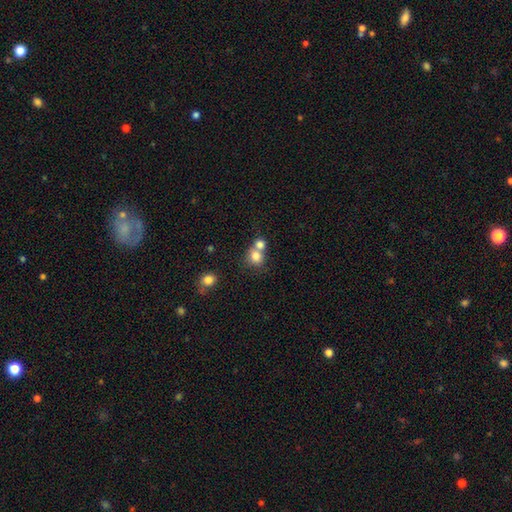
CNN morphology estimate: Overall: smooth (78%). How rounded: round (78%). Merging: merger (52%; none 38%).